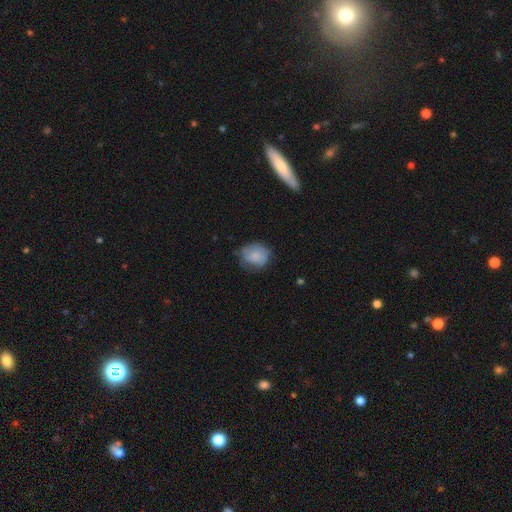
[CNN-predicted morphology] A smooth galaxy with no disk features (78%) that is round (60%).

Vote fractions:
- Smooth or featured? smooth: 78% / featured or disk: 14% / star or artifact: 8%
- How rounded? round: 60% / in between: 39% / cigar-shaped: 1%
- Merging? none: 58% / minor disturbance: 31% / major disturbance: 10% / merger: 2%